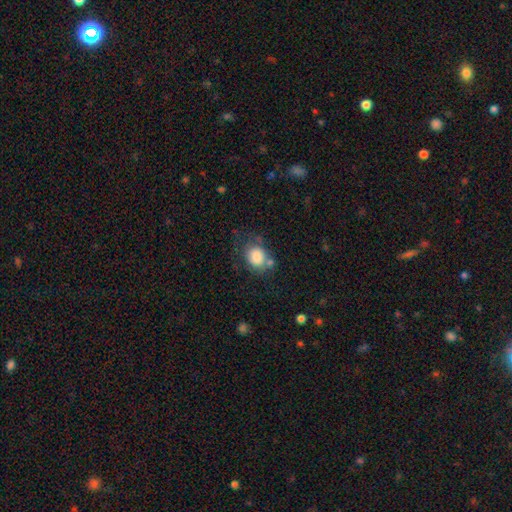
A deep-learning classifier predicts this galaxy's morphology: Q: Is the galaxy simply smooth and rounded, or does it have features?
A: smooth — 83%.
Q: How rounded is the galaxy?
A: round — 58%.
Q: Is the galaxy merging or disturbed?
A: none — 58%.